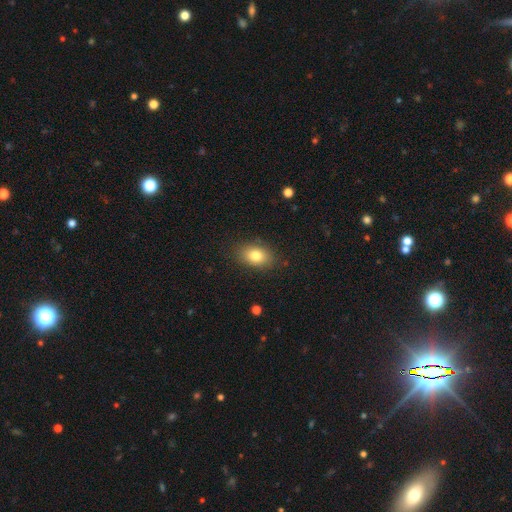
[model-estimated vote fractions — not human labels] smooth 82%, featured or disk 9%, star or artifact 9%. Down the decision tree: how rounded — in between (80%); merging — none (85%).